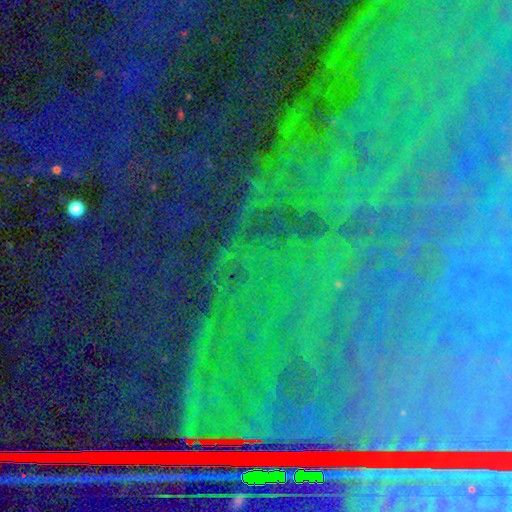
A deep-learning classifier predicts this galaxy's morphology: The model was most divided on "smooth or featured": star or artifact: 83%, featured or disk: 9%, smooth: 8%.